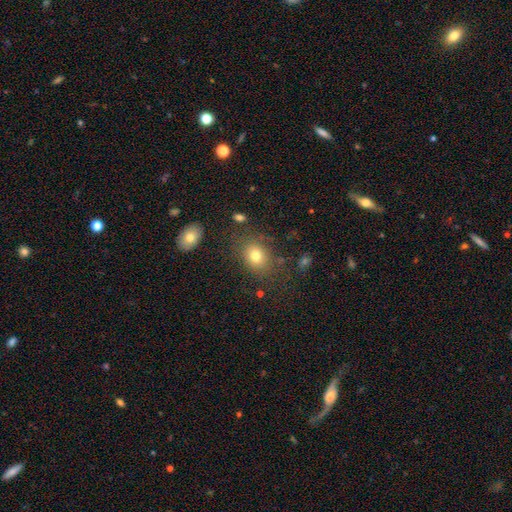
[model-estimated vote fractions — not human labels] Smooth or featured? smooth (77%)
How rounded? in between (54%)
Merging? none (77%)